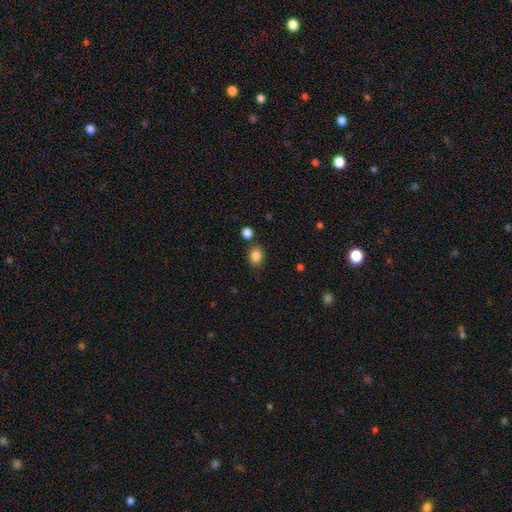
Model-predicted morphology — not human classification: The model was most divided on "how rounded": in between: 63%, round: 36%, cigar-shaped: 1%. More confident: smooth or featured — smooth (85%); merging — none (80%).